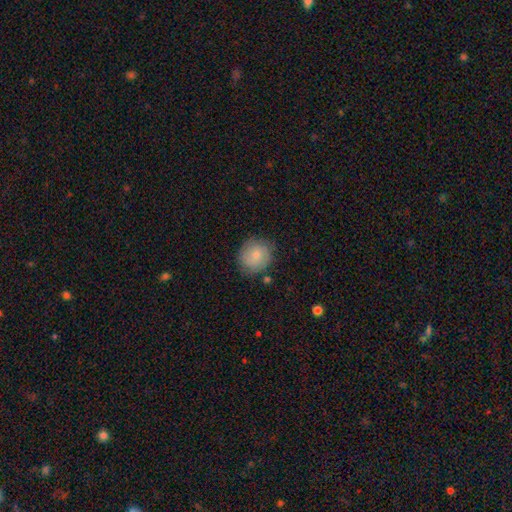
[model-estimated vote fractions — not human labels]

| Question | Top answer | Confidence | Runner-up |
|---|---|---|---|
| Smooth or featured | smooth | 73% | featured or disk (20%) |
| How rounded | round | 84% | in between (15%) |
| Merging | none | 78% | minor disturbance (16%) |